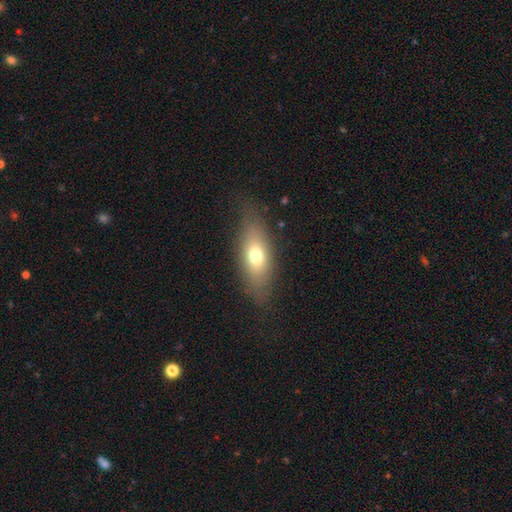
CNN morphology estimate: A smooth galaxy with no disk features (68%) that is in between round and cigar-shaped (73%). Merging: none (78%).